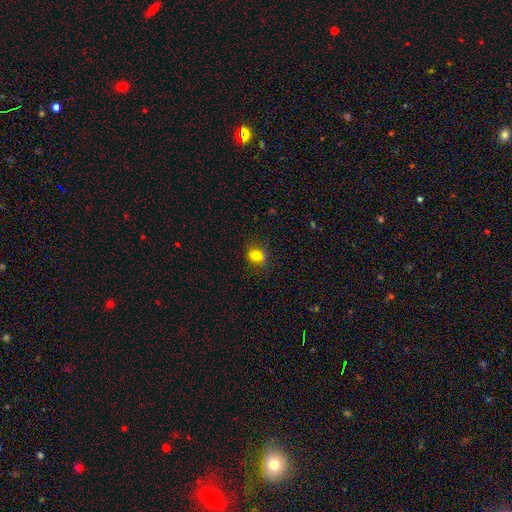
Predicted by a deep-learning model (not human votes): Smooth or featured? smooth (77%)
How rounded? round (75%)
Merging? none (66%)